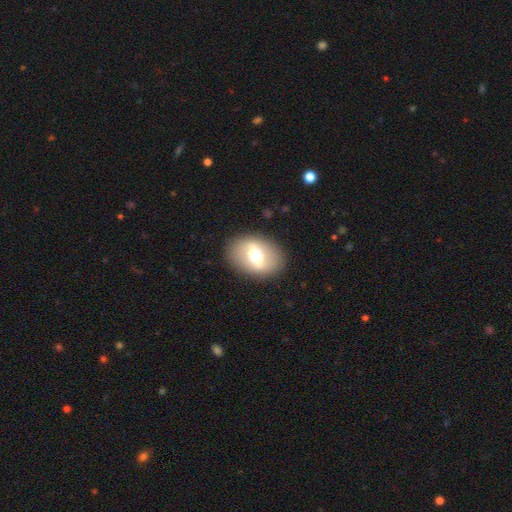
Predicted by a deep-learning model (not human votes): A smooth galaxy with no disk features (46%, tied with featured or disk).

Vote fractions:
- Smooth or featured? smooth: 46% (tied) / featured or disk: 46% (tied) / star or artifact: 8%
- Merging? none: 86% / minor disturbance: 9% / major disturbance: 4% / merger: 1%